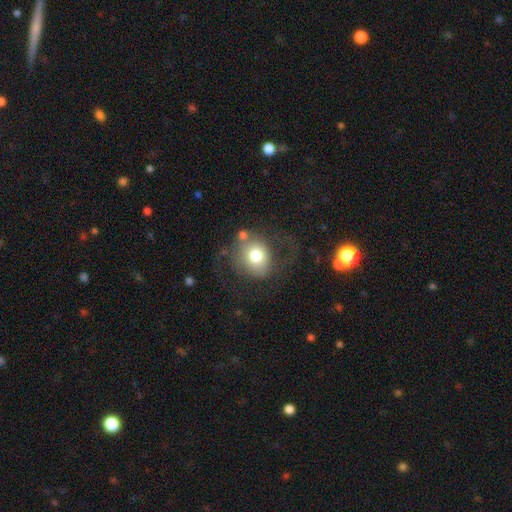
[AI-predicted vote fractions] The model was most divided on "merging": none: 46%, major disturbance: 26%, minor disturbance: 21%, merger: 7%. More confident: how rounded — round (68%); smooth or featured — smooth (68%).